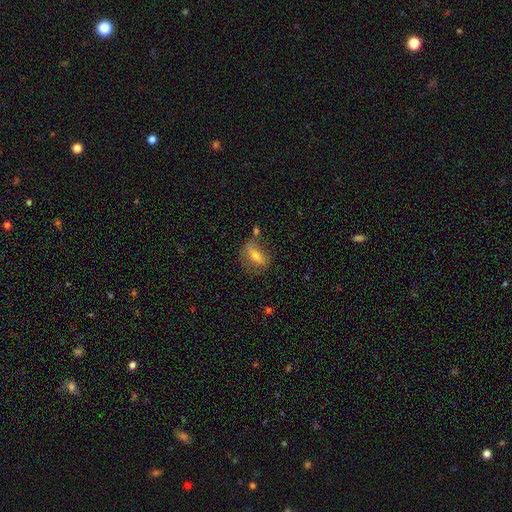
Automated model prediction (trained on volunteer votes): This is possibly a smooth galaxy (49%). Merging: possibly none (56%).